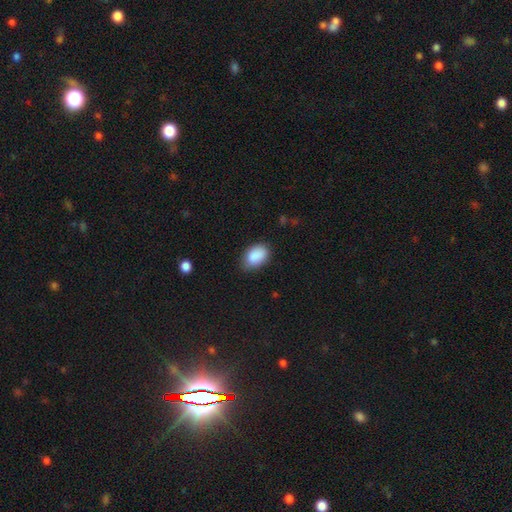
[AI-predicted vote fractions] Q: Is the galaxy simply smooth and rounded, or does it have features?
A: smooth — 89%.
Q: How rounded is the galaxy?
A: in between — 88%.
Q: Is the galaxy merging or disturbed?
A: none — 72%.